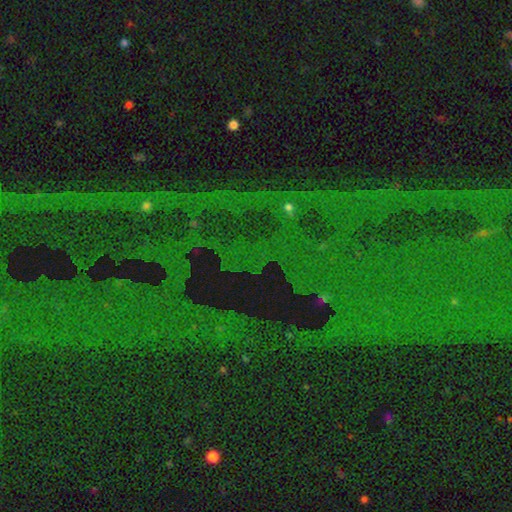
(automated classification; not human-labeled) Morphology: type=star or artifact (83%).